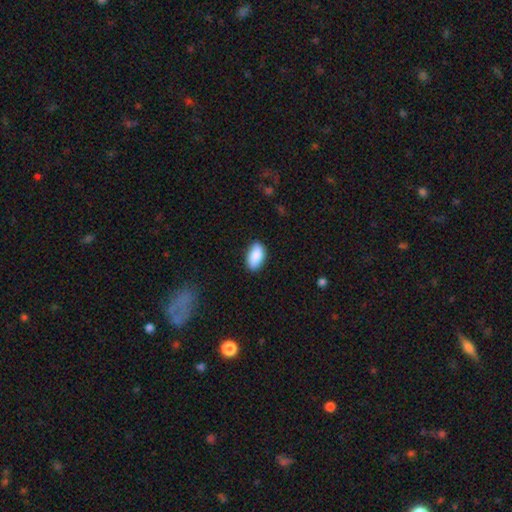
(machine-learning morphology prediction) Smooth or featured? Predicted: smooth (p=0.88). How rounded? Predicted: in between (p=0.93). Merging? Predicted: none (p=0.86).